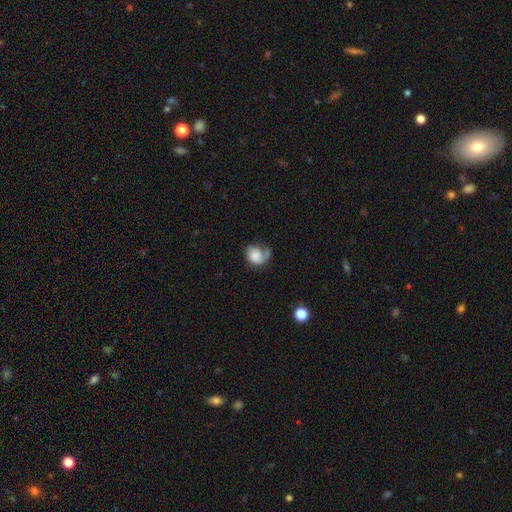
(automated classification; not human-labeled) A smooth galaxy with no disk features (52%) that is round (55%). Merging: none (38%).